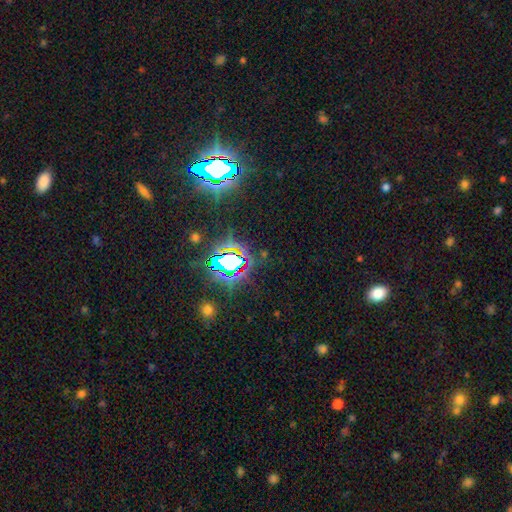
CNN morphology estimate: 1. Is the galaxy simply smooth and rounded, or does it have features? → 83% star or artifact, 10% smooth, 7% featured or disk.